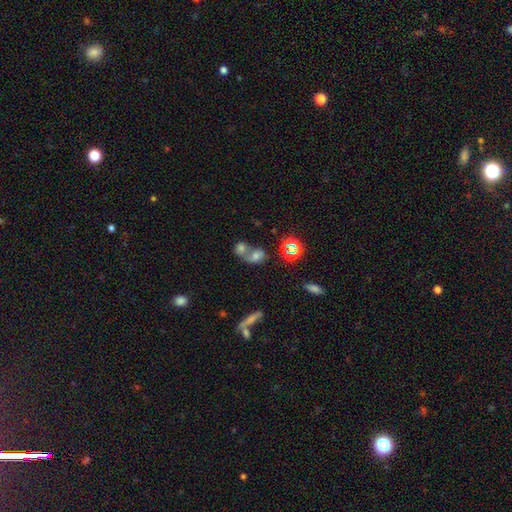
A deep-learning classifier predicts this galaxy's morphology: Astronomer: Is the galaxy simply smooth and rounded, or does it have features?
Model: smooth — 60%.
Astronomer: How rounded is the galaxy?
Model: in between — 55% (runner-up: round, 42%).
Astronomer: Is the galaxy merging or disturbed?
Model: merger — 67%.